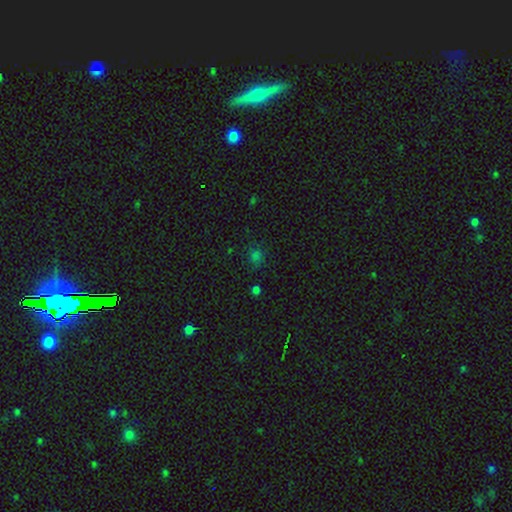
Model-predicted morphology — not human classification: Smooth or featured? smooth (65%)
How rounded? round (83%)
Merging? none (78%)